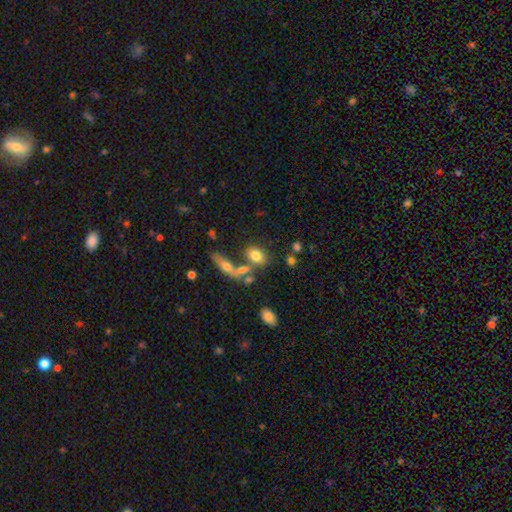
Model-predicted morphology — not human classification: Q: Smooth or featured?
A: smooth (75%); runner-up: featured or disk (15%)
Q: How rounded?
A: in between (78%); runner-up: round (19%)
Q: Merging?
A: none (55%); runner-up: merger (27%)